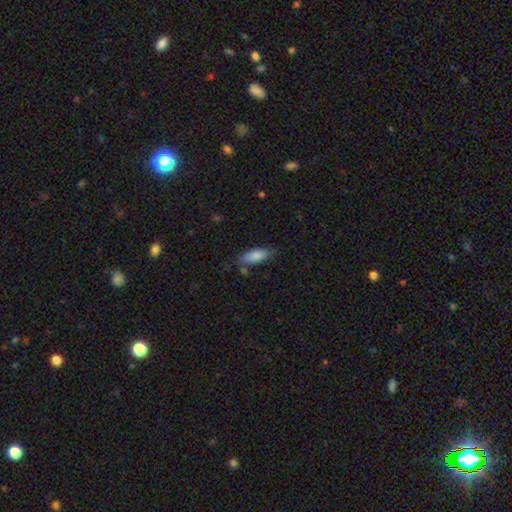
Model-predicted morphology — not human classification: smooth 84%, featured or disk 9%, star or artifact 6%. Down the decision tree: how rounded — in between (79%); merging — none (64%).